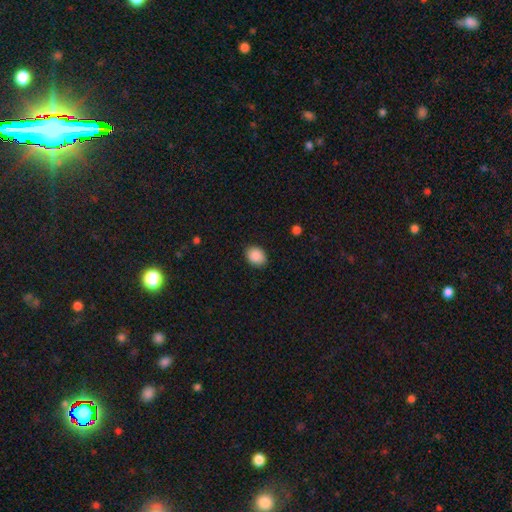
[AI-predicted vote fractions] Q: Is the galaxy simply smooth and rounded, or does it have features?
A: smooth — 89%.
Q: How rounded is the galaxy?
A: in between — 63%.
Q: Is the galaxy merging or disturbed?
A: none — 86%.